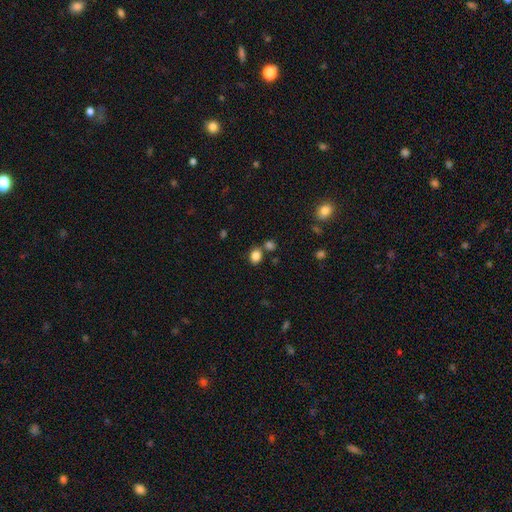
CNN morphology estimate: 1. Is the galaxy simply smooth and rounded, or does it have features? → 84% smooth, 11% star or artifact, 5% featured or disk.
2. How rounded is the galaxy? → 56% in between, 43% round, 1% cigar-shaped.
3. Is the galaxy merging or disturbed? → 70% none, 15% merger, 11% minor disturbance, 4% major disturbance.